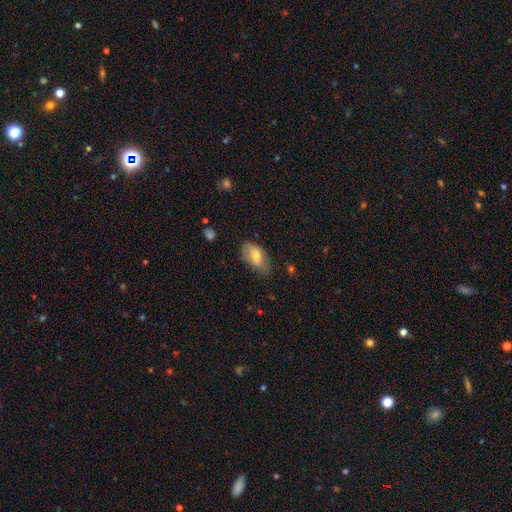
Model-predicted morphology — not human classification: smooth_or_featured: smooth (p=0.71) [alt: featured or disk p=0.22]
how_rounded: in between (p=0.92) [alt: round p=0.05]
merging: none (p=0.63) [alt: minor disturbance p=0.28]